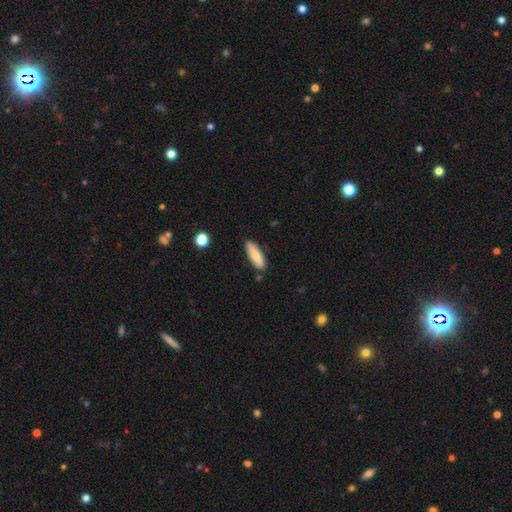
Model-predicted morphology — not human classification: Smooth or featured?
  - smooth: 75% *
  - featured or disk: 19%
  - star or artifact: 6%
How rounded?
  - in between: 50% *
  - cigar-shaped: 48%
  - round: 2%
Merging?
  - none: 84% *
  - minor disturbance: 11%
  - merger: 2%
  - major disturbance: 2%